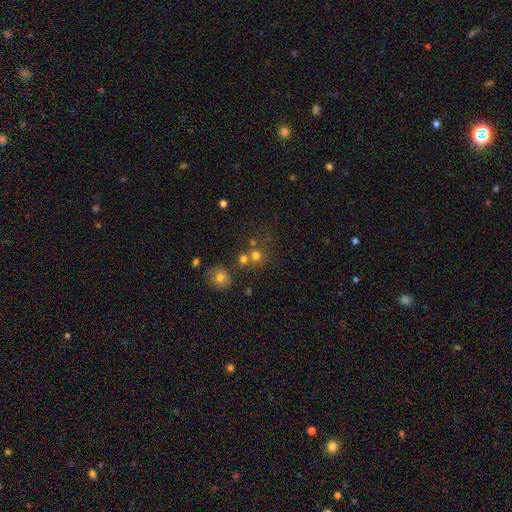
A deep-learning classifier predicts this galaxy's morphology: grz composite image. It shows a smooth galaxy with no disk features (70%) that is round (87%). Merging: none (57%).